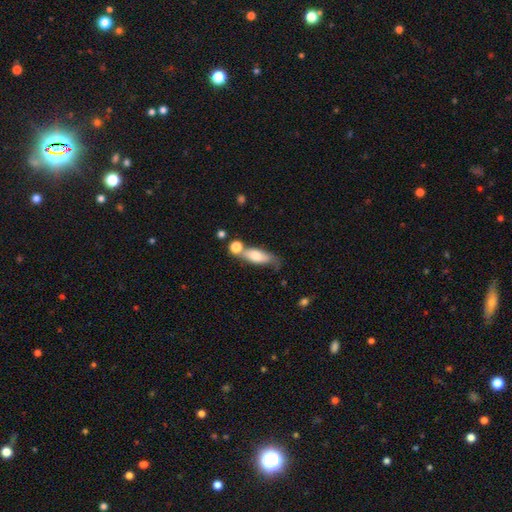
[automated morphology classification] Smooth or featured?
  - smooth: 66% *
  - featured or disk: 26%
  - star or artifact: 8%
How rounded?
  - in between: 63% *
  - cigar-shaped: 31%
  - round: 5%
Merging?
  - none: 39% *
  - merger: 30%
  - minor disturbance: 20%
  - major disturbance: 11%